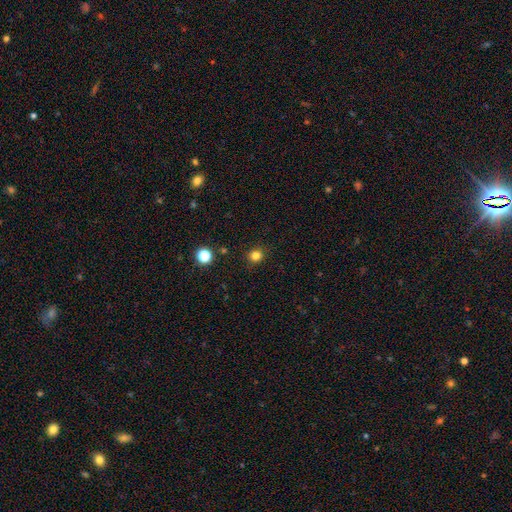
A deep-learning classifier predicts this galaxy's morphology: smooth_or_featured: smooth (p=0.80) [alt: star or artifact p=0.15]
how_rounded: round (p=0.89) [alt: in between p=0.10]
merging: none (p=0.90) [alt: minor disturbance p=0.07]